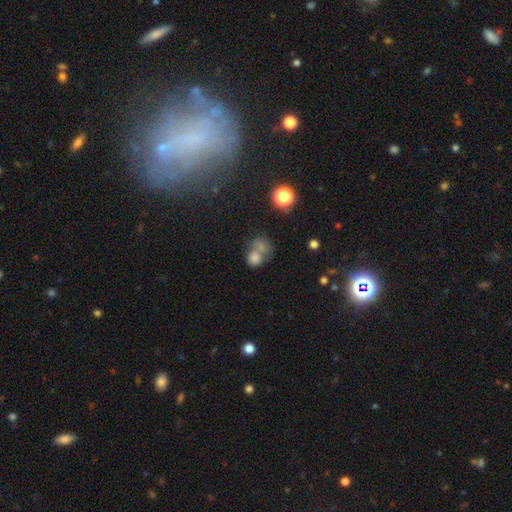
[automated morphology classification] smooth-or-featured: smooth: 73% | featured or disk: 14% | star or artifact: 13%
  how-rounded: round: 60% | in between: 39% | cigar-shaped: 1%
  merging: merger: 60% | none: 25% | minor disturbance: 8% | major disturbance: 7%